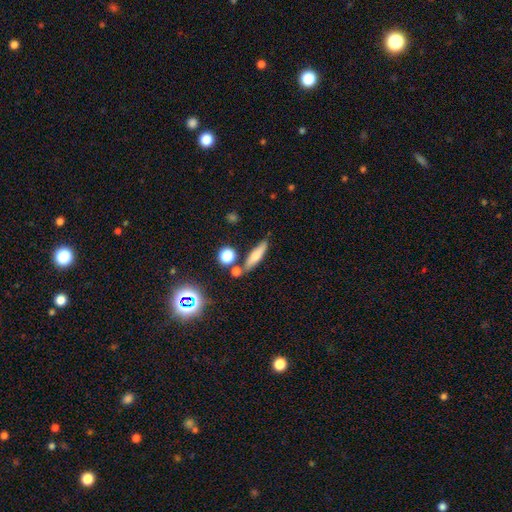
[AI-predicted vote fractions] Smooth or featured? Predicted: smooth (p=0.66). How rounded? Predicted: cigar-shaped (p=0.68). Merging? Predicted: none (p=0.72).